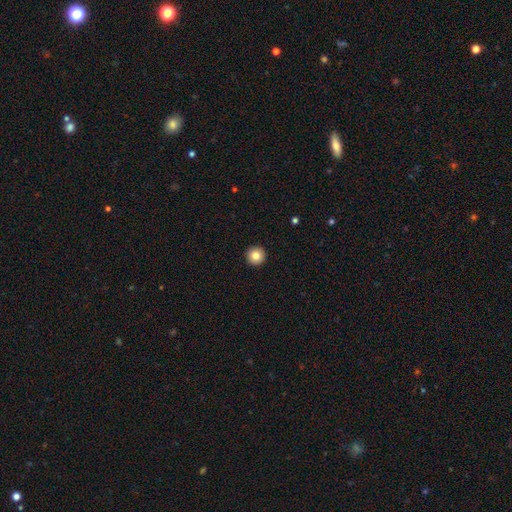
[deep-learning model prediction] This appears to be a smooth galaxy with no disk features (82%) that is round (97%). Merging: none (94%).